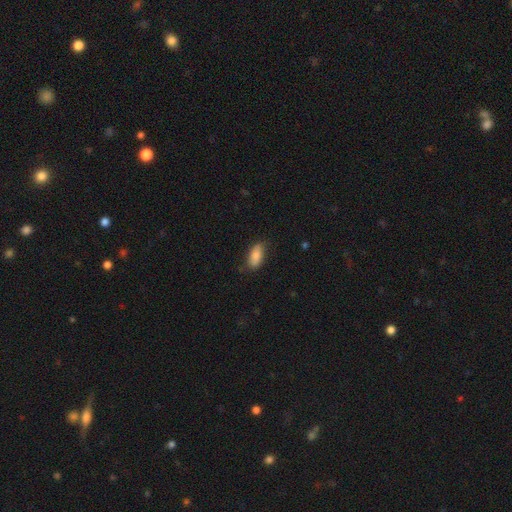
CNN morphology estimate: Smooth or featured: smooth — 81% (featured or disk — 12%)
How rounded: in between — 89% (cigar-shaped — 9%)
Merging: none — 76% (minor disturbance — 19%)